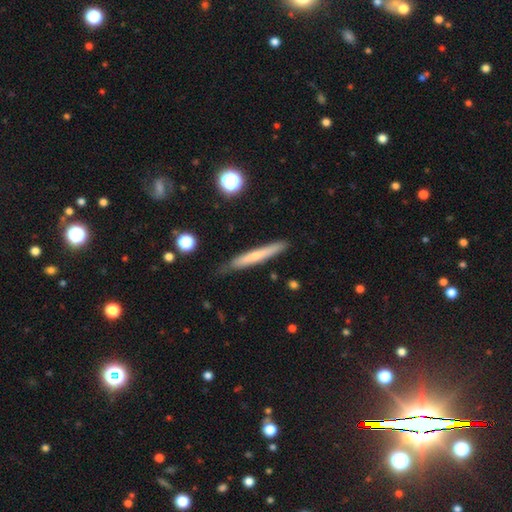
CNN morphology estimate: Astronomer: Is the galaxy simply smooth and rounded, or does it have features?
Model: smooth — 55% (runner-up: featured or disk, 39%).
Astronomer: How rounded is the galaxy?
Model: cigar-shaped — 95%.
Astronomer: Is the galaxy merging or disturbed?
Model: none — 80%.